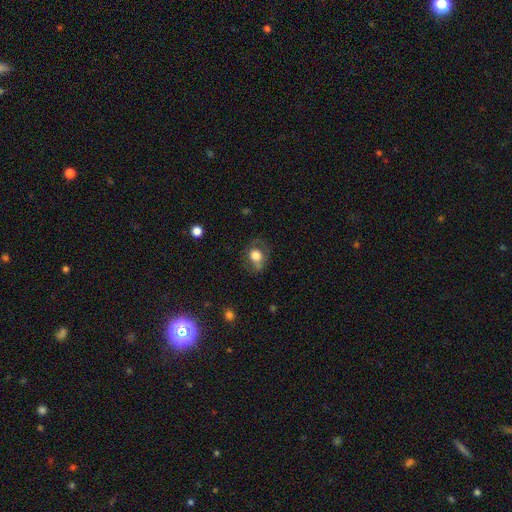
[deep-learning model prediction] Q: Smooth or featured?
A: smooth (68%); runner-up: featured or disk (22%)
Q: How rounded?
A: round (57%); runner-up: in between (41%)
Q: Merging?
A: none (61%); runner-up: minor disturbance (23%)